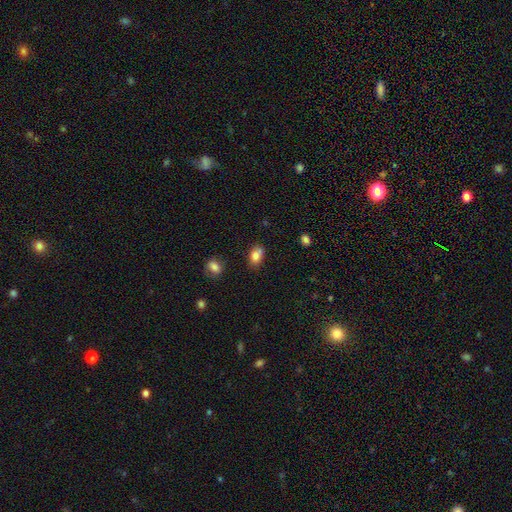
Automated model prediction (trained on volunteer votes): Morphology: type=smooth (81%); roundness=in between (81%); merging=none (63%).